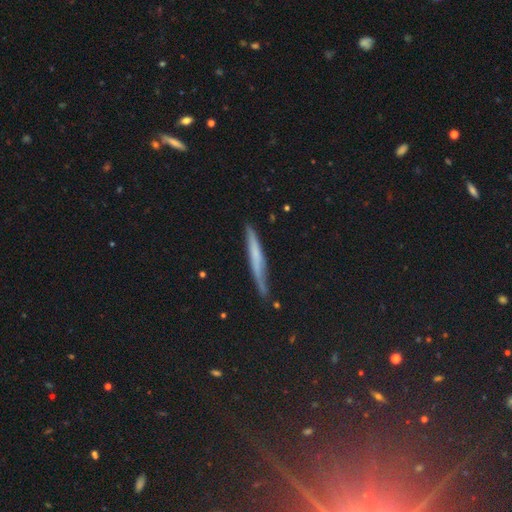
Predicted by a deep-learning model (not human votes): Q: Smooth or featured?
A: smooth (46%); runner-up: featured or disk (41%)
Q: Merging?
A: none (78%); runner-up: minor disturbance (17%)